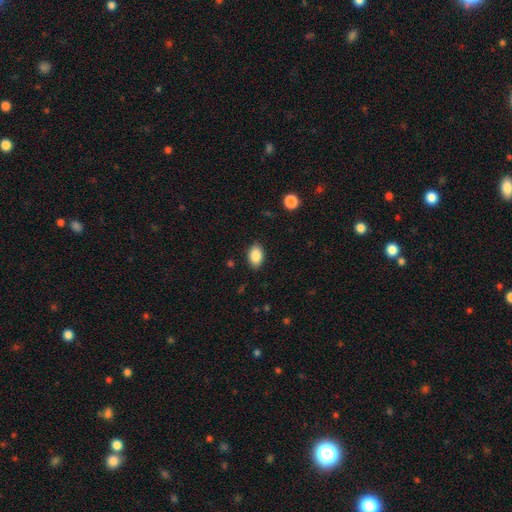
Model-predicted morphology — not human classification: type=smooth (88%); roundness=in between (89%); merging=none (87%).